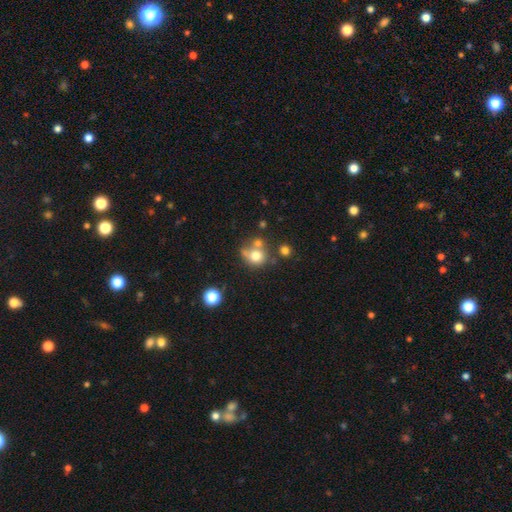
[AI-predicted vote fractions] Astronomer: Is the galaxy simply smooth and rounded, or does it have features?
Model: smooth — 73%.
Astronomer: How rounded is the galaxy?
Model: round — 81%.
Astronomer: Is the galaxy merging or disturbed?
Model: none — 47% (runner-up: merger, 31%).